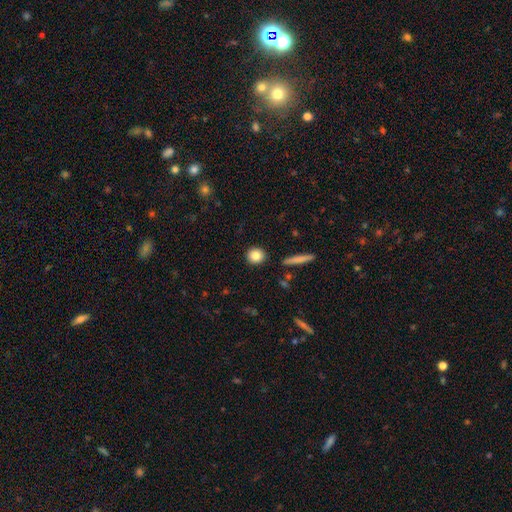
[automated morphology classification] smooth-or-featured: smooth: 83% | star or artifact: 9% | featured or disk: 8%
  how-rounded: round: 86% | in between: 12% | cigar-shaped: 2%
  merging: none: 90% | minor disturbance: 6% | merger: 2% | major disturbance: 2%